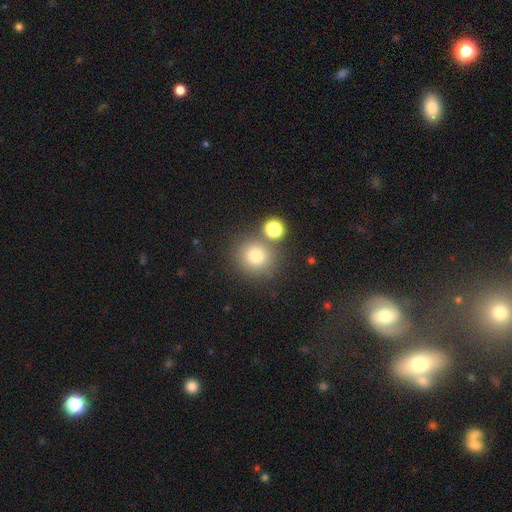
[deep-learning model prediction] Q: Smooth or featured?
A: smooth (78%); runner-up: star or artifact (12%)
Q: How rounded?
A: round (89%); runner-up: in between (10%)
Q: Merging?
A: none (70%); runner-up: merger (17%)